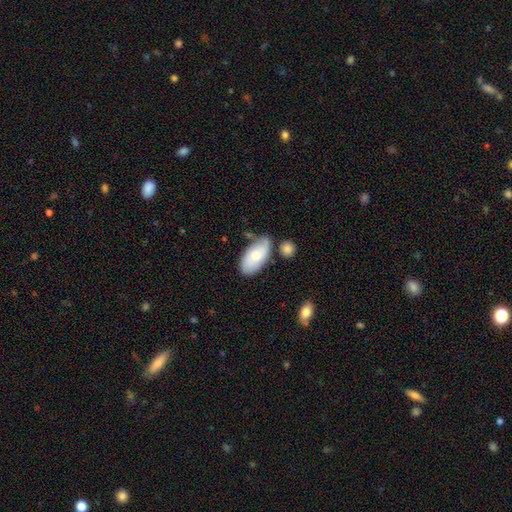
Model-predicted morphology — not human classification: type=smooth (69%); roundness=in between (94%); merging=none (55%).